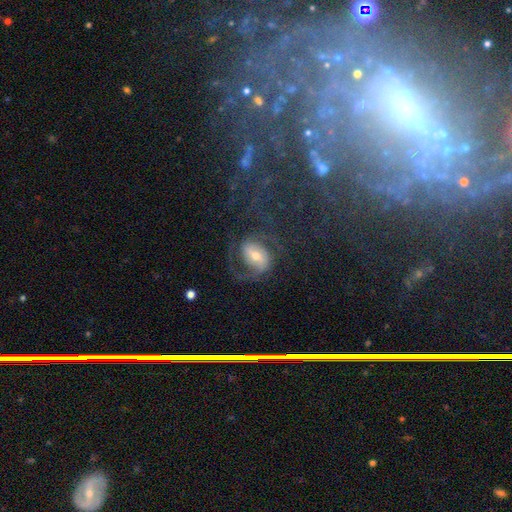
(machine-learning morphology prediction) This appears to be a featured or disk galaxy (73%) with a weak bar (40%), 2 (77%) medium (48%) spiral arms (90%) and a moderate central bulge (56%). Merging: none (59%).